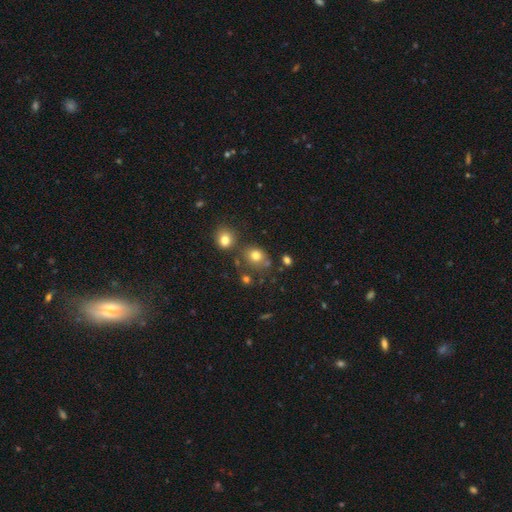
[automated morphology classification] Smooth or featured?
  - smooth: 76% *
  - star or artifact: 15%
  - featured or disk: 9%
How rounded?
  - round: 66% *
  - in between: 33%
  - cigar-shaped: 1%
Merging?
  - none: 66% *
  - minor disturbance: 15%
  - merger: 14%
  - major disturbance: 6%